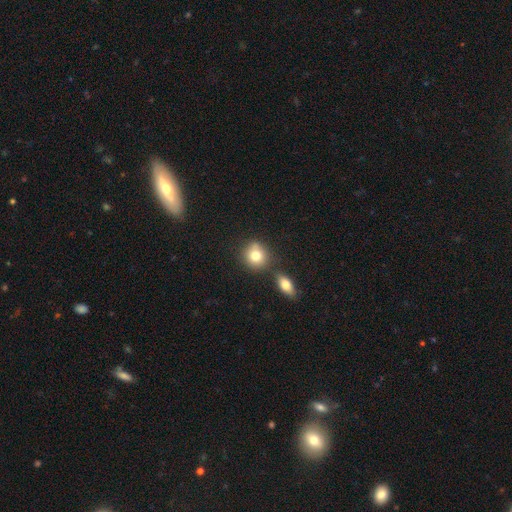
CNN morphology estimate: The model was most divided on "merging": none: 64%, merger: 21%, minor disturbance: 12%, major disturbance: 4%. More confident: how rounded — round (83%); smooth or featured — smooth (78%).